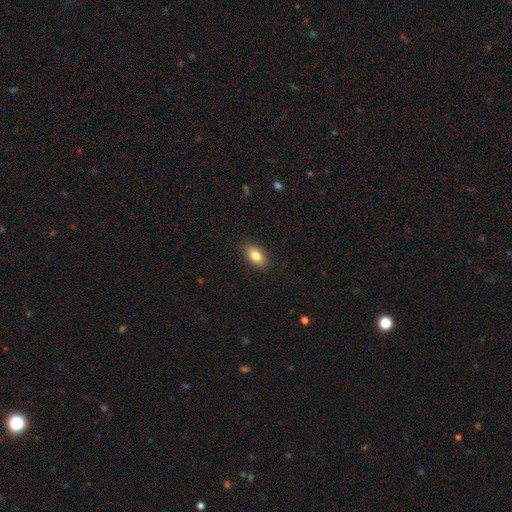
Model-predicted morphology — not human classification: Overall: smooth (83%). How rounded: in between (91%). Merging: none (89%).